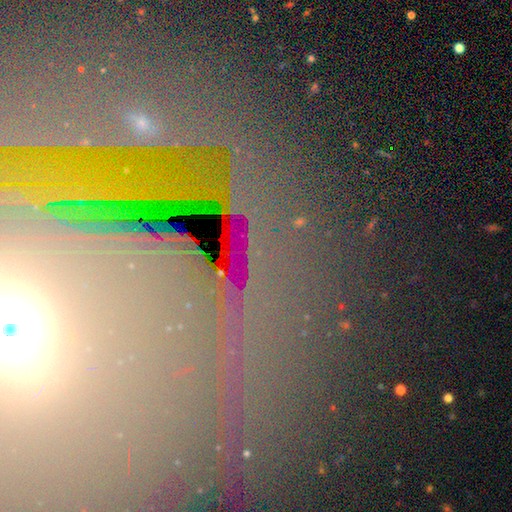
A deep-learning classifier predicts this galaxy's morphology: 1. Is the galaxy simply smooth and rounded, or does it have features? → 72% star or artifact, 16% featured or disk, 12% smooth.